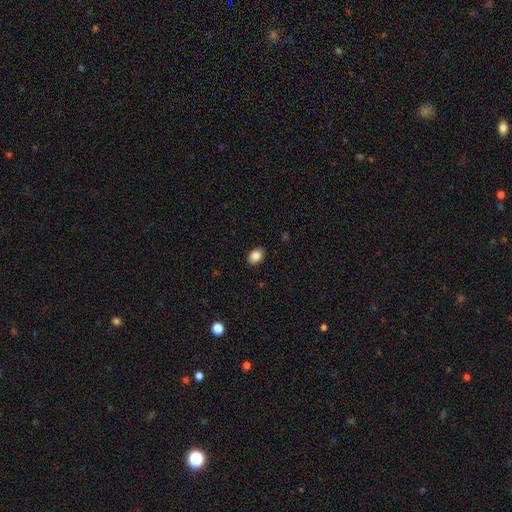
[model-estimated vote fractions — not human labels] This appears to be a smooth galaxy with no disk features (87%) that is in between round and cigar-shaped (75%). Merging: none (88%).